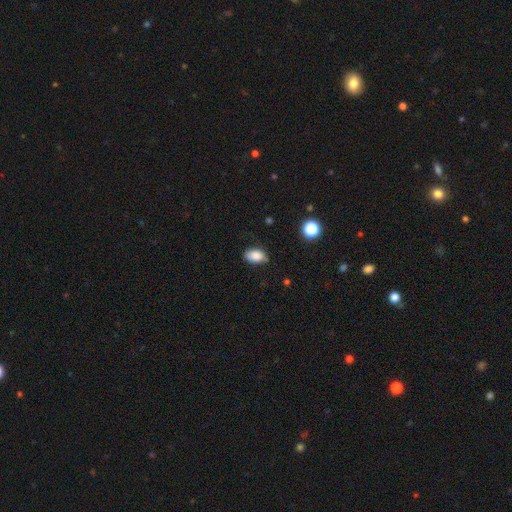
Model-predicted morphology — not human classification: type=smooth (85%); roundness=in between (89%); merging=none (73%).